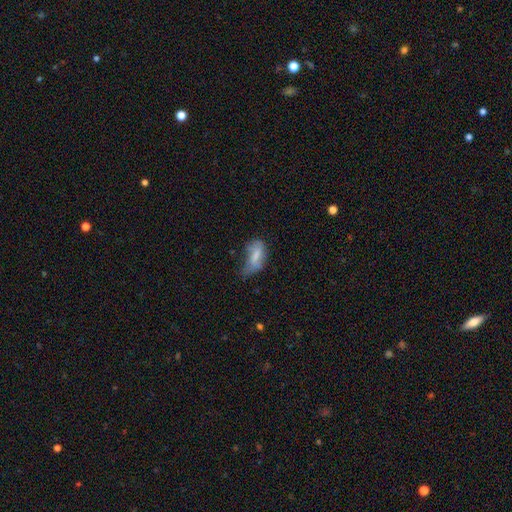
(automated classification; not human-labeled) A smooth galaxy with no disk features (64%) that is in between round and cigar-shaped (87%).

Vote fractions:
- Smooth or featured? smooth: 64% / featured or disk: 27% / star or artifact: 9%
- How rounded? in between: 87% / cigar-shaped: 8% / round: 4%
- Merging? minor disturbance: 38% / major disturbance: 30% / none: 27% / merger: 5%